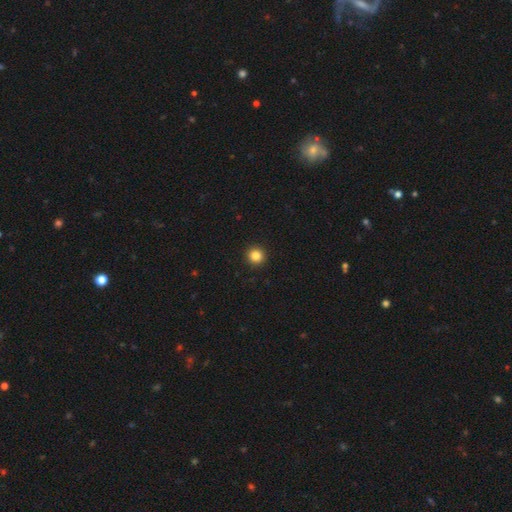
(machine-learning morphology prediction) Smooth or featured? Predicted: smooth (p=0.84). How rounded? Predicted: round (p=0.95). Merging? Predicted: none (p=0.94).